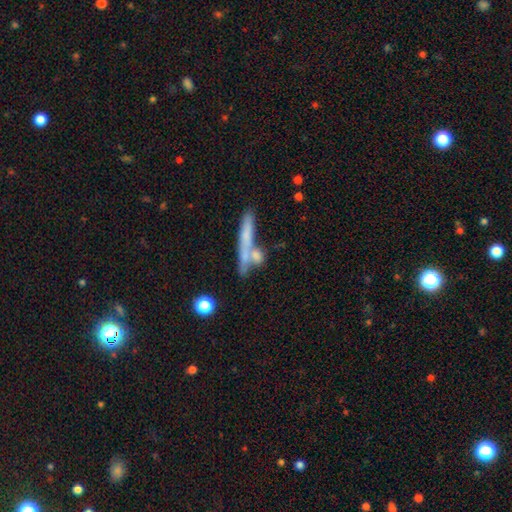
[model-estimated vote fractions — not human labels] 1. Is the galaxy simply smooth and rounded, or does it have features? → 62% smooth, 28% featured or disk, 10% star or artifact.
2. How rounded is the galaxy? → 67% cigar-shaped, 21% in between, 12% round.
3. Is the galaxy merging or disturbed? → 44% none, 38% merger, 11% minor disturbance, 6% major disturbance.